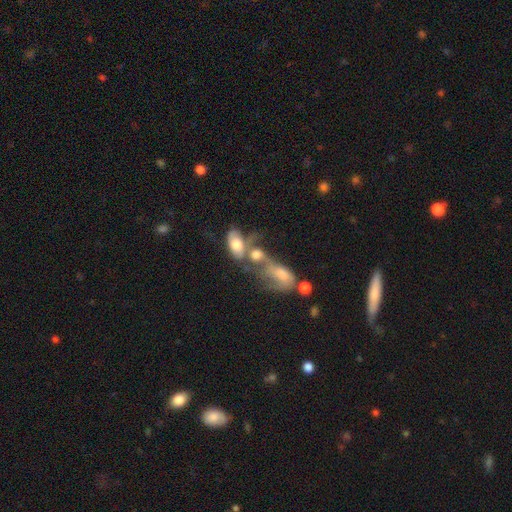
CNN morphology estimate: Smooth or featured? smooth (43%)
Merging? merger (50%)